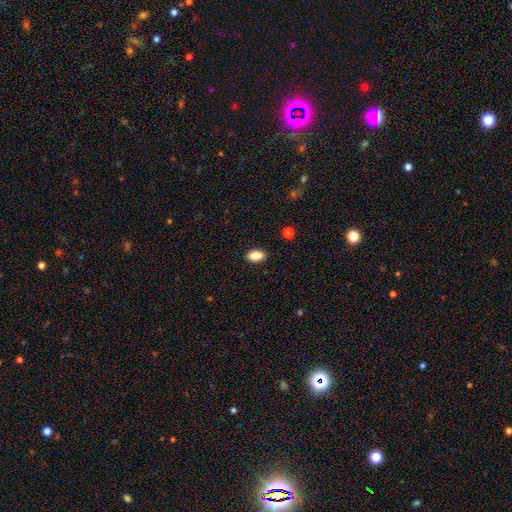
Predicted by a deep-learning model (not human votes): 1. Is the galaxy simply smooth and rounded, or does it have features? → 84% smooth, 8% star or artifact, 8% featured or disk.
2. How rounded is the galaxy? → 90% in between, 6% round, 3% cigar-shaped.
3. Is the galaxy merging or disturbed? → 90% none, 7% minor disturbance, 2% major disturbance, 1% merger.